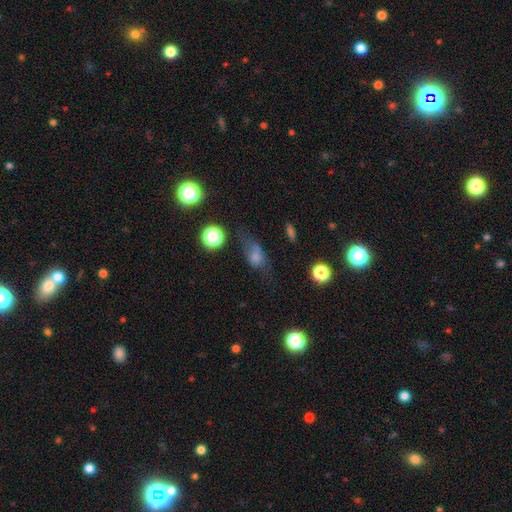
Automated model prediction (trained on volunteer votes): smooth 62%, featured or disk 22%, star or artifact 16%. Down the decision tree: how rounded — in between (73%); merging — none (41%).